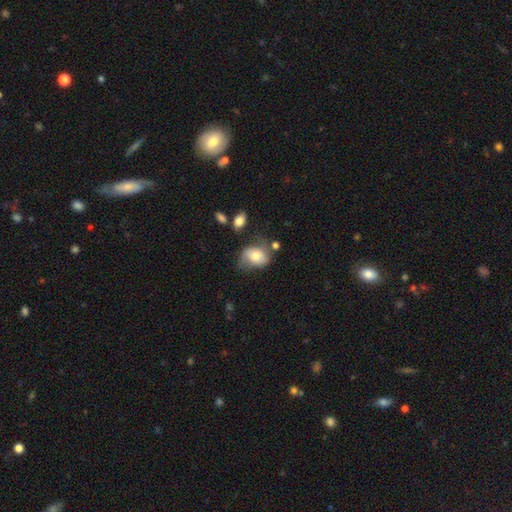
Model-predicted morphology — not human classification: Q: Smooth or featured?
A: smooth (67%); runner-up: featured or disk (25%)
Q: How rounded?
A: in between (67%); runner-up: round (31%)
Q: Merging?
A: none (46%); runner-up: minor disturbance (32%)